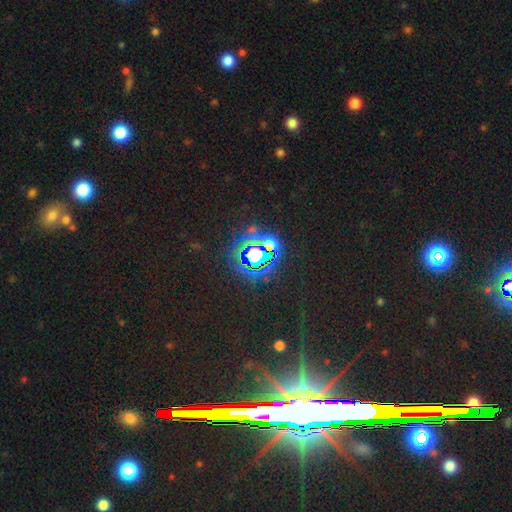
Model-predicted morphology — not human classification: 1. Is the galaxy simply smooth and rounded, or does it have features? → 75% star or artifact, 15% smooth, 10% featured or disk.